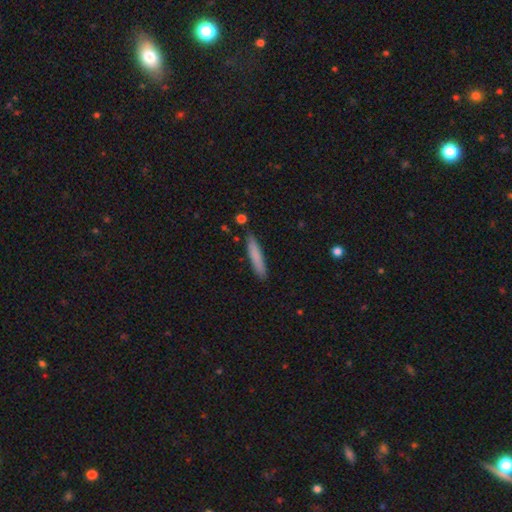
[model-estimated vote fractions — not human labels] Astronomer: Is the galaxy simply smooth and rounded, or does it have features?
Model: smooth — 79%.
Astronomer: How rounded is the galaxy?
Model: cigar-shaped — 91%.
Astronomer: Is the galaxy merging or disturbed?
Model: none — 86%.